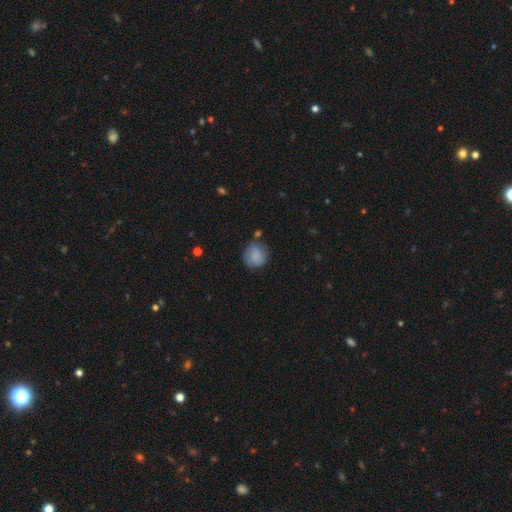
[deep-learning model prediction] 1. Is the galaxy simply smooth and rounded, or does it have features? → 81% smooth, 11% featured or disk, 7% star or artifact.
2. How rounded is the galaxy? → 86% round, 13% in between, 1% cigar-shaped.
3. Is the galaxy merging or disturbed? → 68% none, 22% minor disturbance, 6% major disturbance, 5% merger.